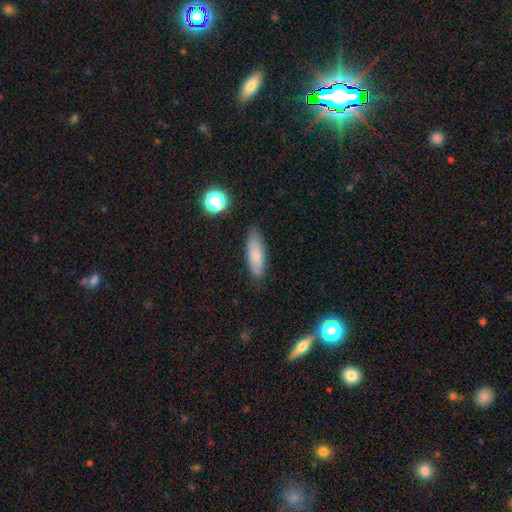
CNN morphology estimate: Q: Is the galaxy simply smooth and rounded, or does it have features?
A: smooth — 77%.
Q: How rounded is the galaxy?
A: in between — 54%.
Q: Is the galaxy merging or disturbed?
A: none — 81%.